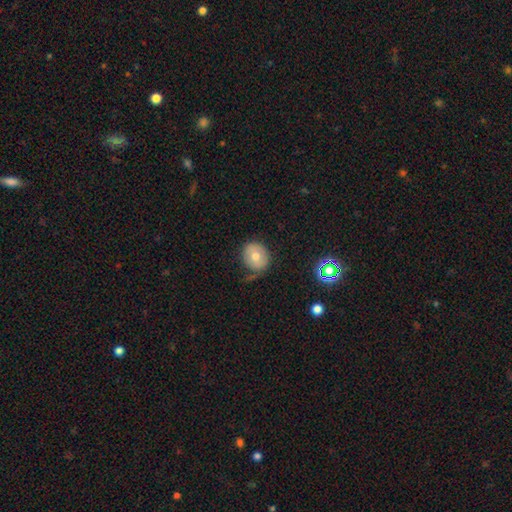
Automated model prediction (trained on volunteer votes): This is likely a smooth galaxy (68%). How rounded: likely round (78%). Merging: likely none (64%).